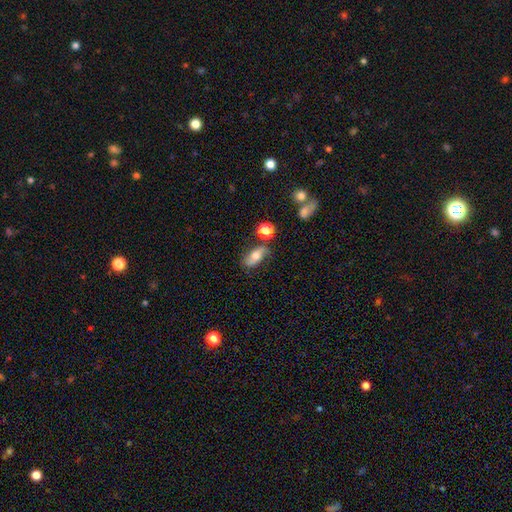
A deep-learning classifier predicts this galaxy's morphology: A smooth galaxy with no disk features (58%) that is in between round and cigar-shaped (81%).

Vote fractions:
- Smooth or featured? smooth: 58% / featured or disk: 33% / star or artifact: 9%
- How rounded? in between: 81% / cigar-shaped: 11% / round: 8%
- Merging? none: 68% / minor disturbance: 19% / merger: 7% / major disturbance: 6%